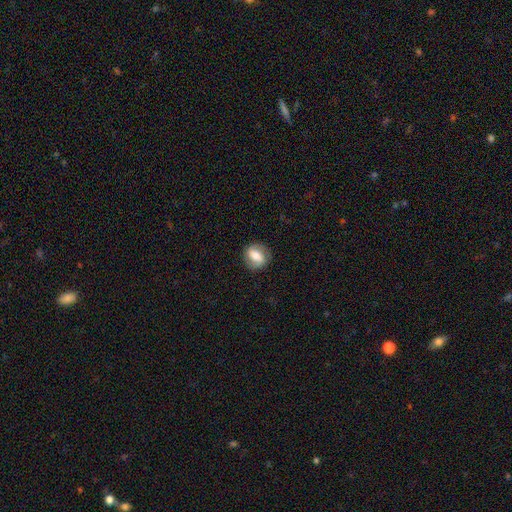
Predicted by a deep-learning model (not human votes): featured or disk 47%, smooth 45%, star or artifact 8%. Down the decision tree: merging — none (83%).